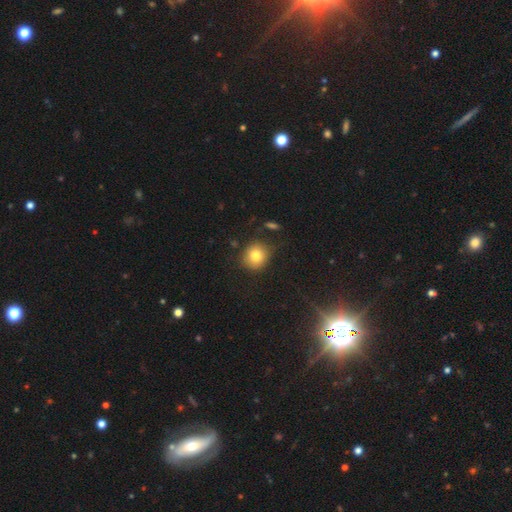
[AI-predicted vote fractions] A smooth galaxy with no disk features (82%) that is round (83%). Merging: none (82%).